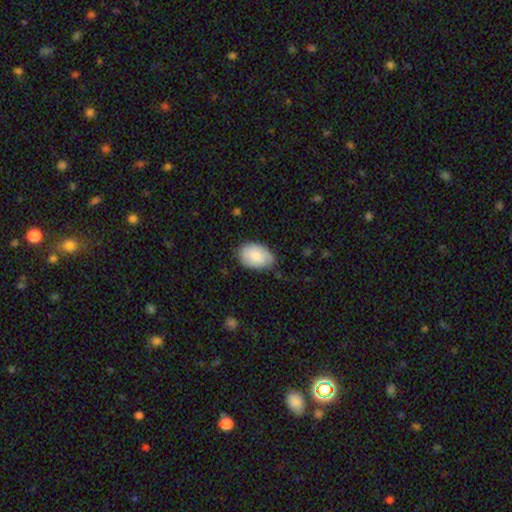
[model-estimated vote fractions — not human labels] Smooth or featured? smooth (83%)
How rounded? in between (86%)
Merging? none (68%)